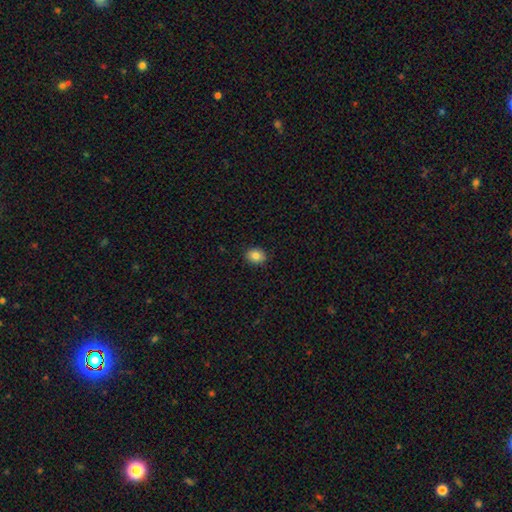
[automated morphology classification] This is clearly a smooth galaxy (83%). How rounded: possibly in between (51%). Merging: clearly none (88%).